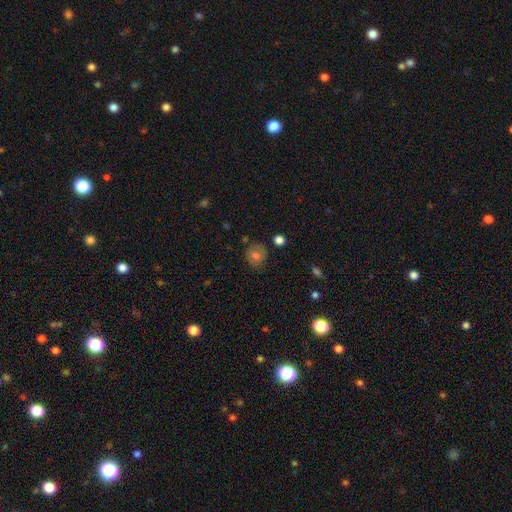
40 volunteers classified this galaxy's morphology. This appears to be a smooth galaxy with no disk features (68%) that is round (93%). Merging: none (82%).